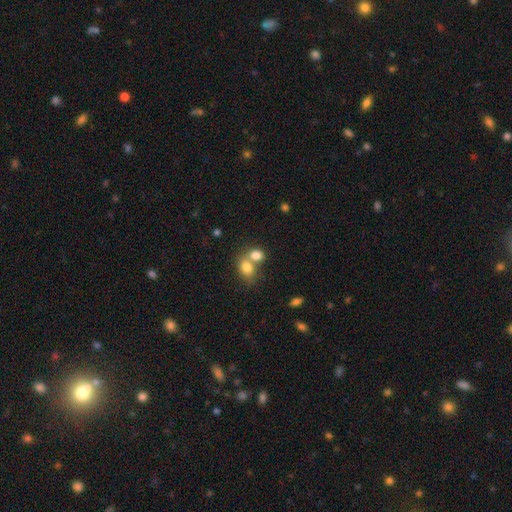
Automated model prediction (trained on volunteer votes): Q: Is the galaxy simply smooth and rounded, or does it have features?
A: smooth — 79%.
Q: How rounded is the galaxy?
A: in between — 65%.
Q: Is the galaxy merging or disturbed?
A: merger — 57%.